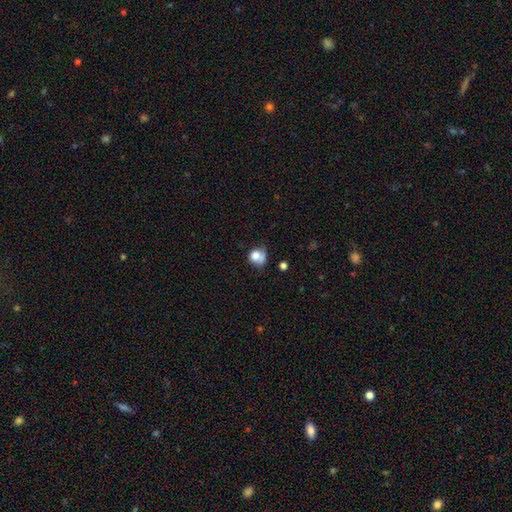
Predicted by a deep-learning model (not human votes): Overall: smooth (74%). How rounded: round (73%). Merging: none (39%; minor disturbance 25%).